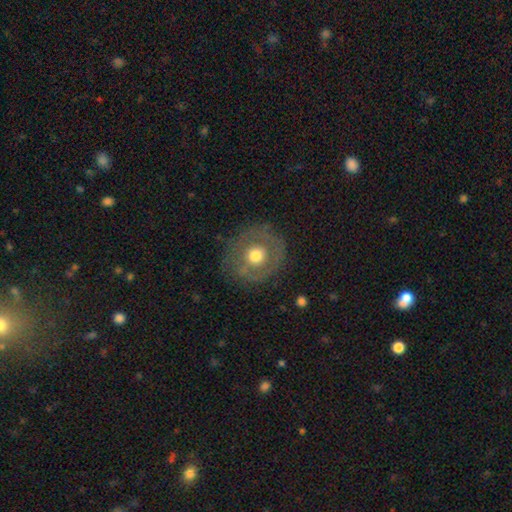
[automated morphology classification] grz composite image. It shows a smooth galaxy with no disk features (51%) that is round (87%). Merging: none (75%).